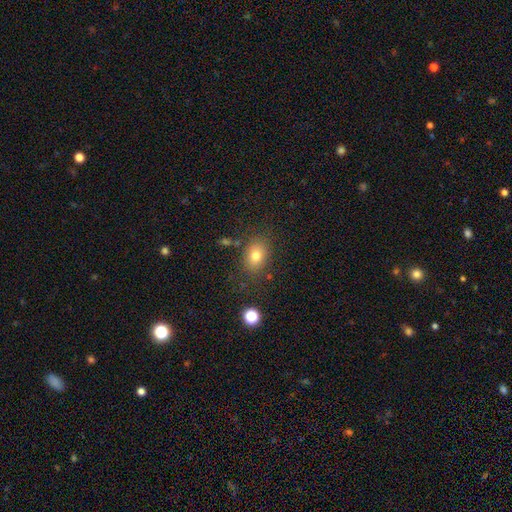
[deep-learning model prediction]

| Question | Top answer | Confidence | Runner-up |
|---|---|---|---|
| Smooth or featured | smooth | 78% | star or artifact (12%) |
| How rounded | in between | 65% | round (34%) |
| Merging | none | 79% | minor disturbance (13%) |